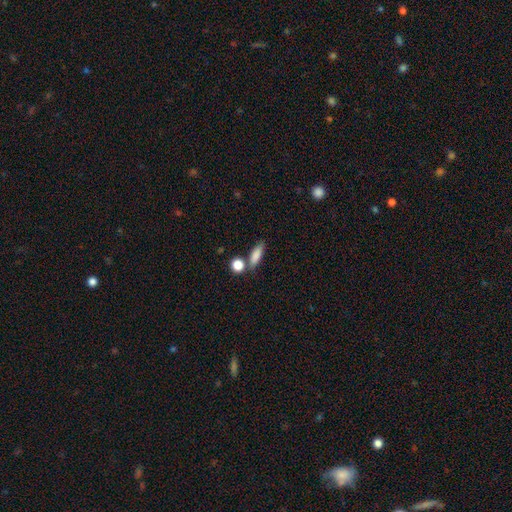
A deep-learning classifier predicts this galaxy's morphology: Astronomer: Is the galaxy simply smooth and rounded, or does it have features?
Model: smooth — 84%.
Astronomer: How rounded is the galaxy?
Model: in between — 57% (runner-up: cigar-shaped, 35%).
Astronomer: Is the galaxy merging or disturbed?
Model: none — 66%.